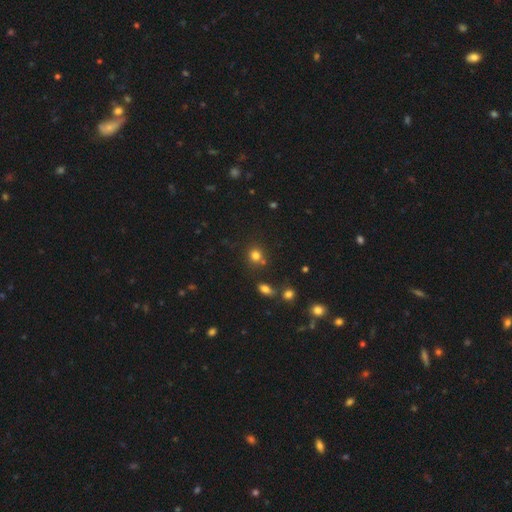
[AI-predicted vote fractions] Morphology: type=smooth (77%); roundness=round (84%); merging=none (69%).